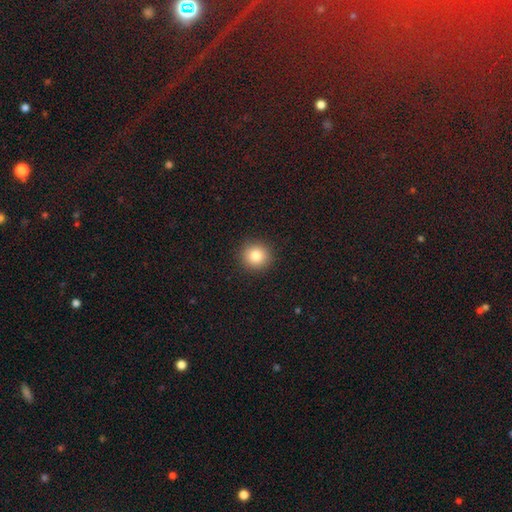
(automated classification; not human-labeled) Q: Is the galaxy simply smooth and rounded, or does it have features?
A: smooth — 82%.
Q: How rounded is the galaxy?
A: round — 93%.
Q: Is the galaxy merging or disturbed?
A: none — 92%.